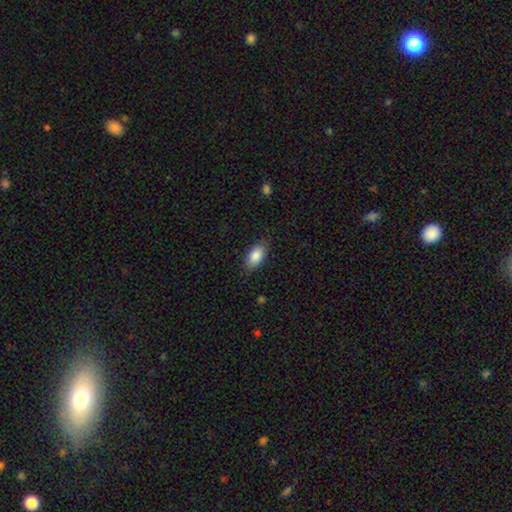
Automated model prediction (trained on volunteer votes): Smooth or featured?
  - smooth: 87% *
  - featured or disk: 7%
  - star or artifact: 6%
How rounded?
  - in between: 92% *
  - cigar-shaped: 5%
  - round: 3%
Merging?
  - none: 82% *
  - minor disturbance: 14%
  - major disturbance: 3%
  - merger: 1%